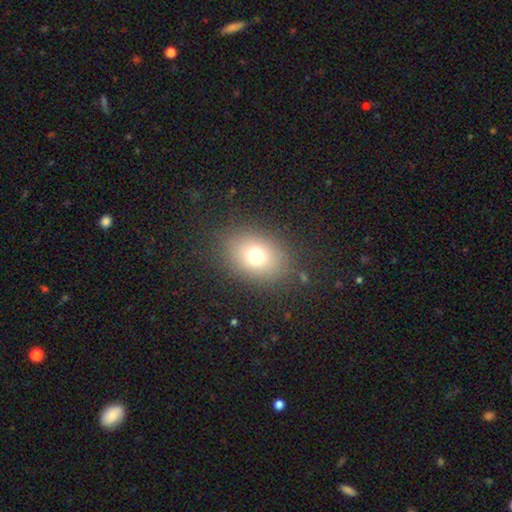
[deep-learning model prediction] Overall: smooth (73%). How rounded: in between (65%; round 34%). Merging: none (83%).